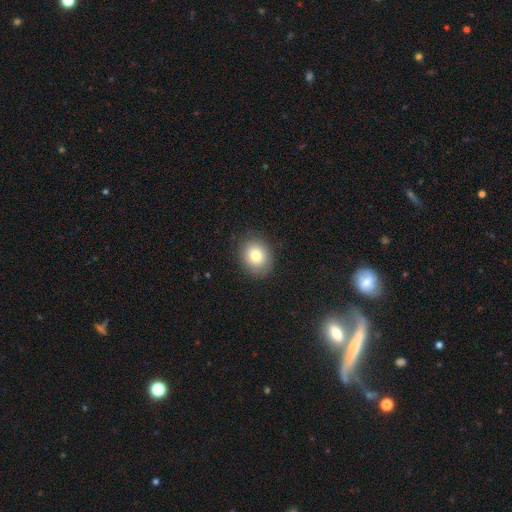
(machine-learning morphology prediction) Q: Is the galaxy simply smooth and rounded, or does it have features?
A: smooth — 77%.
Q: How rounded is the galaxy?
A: round — 60%.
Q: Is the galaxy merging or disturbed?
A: none — 85%.